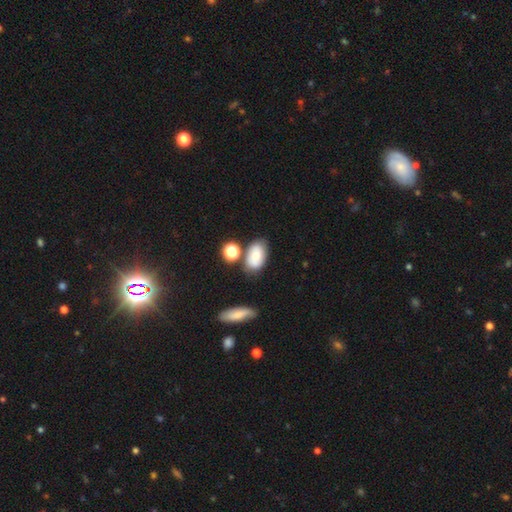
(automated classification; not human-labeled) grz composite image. It shows a smooth galaxy with no disk features (68%) that is in between round and cigar-shaped (88%). Merging: none (65%).